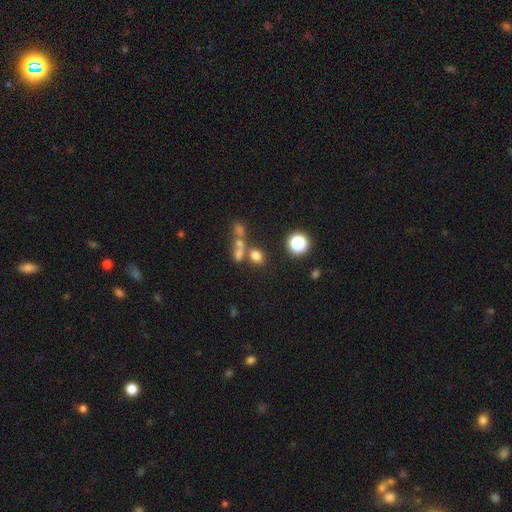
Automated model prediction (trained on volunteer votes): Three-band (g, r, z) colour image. It shows a smooth galaxy with no disk features (71%) that is round (53%). Merging: none (56%).